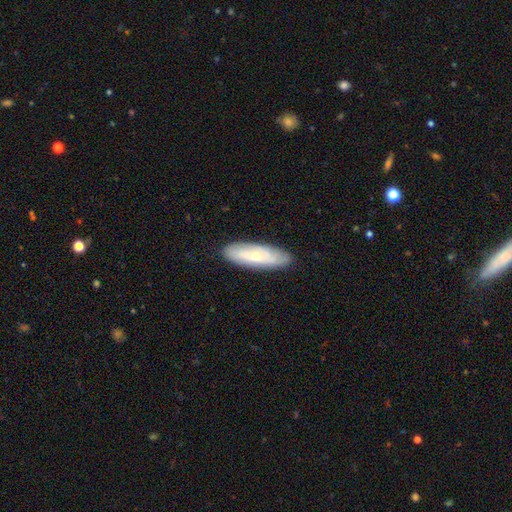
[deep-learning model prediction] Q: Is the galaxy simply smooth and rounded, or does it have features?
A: smooth — 50%.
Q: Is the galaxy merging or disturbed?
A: none — 86%.